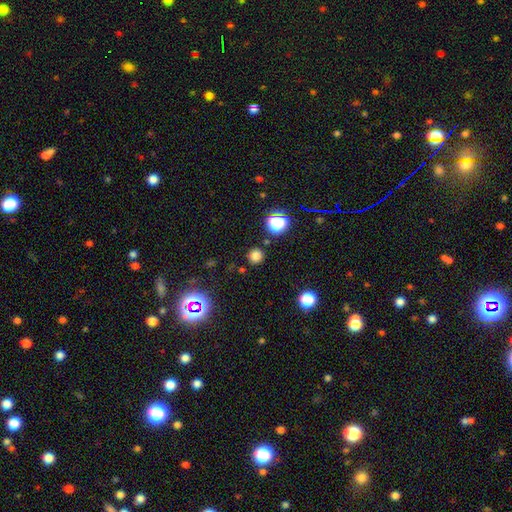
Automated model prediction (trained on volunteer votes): Q: Smooth or featured?
A: smooth (76%); runner-up: star or artifact (19%)
Q: How rounded?
A: round (92%); runner-up: in between (7%)
Q: Merging?
A: none (87%); runner-up: minor disturbance (7%)